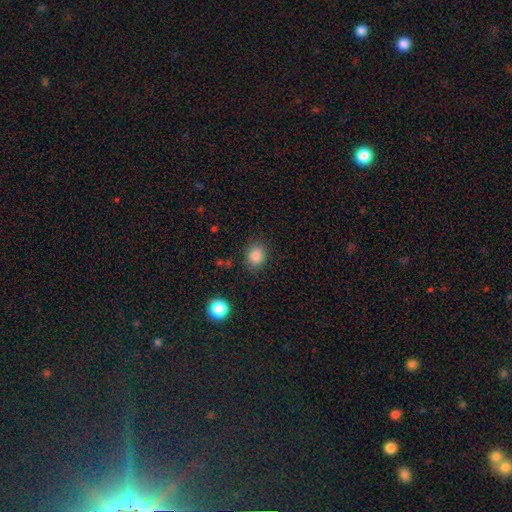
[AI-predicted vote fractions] smooth-or-featured: smooth: 85% | star or artifact: 10% | featured or disk: 5%
  how-rounded: round: 67% | in between: 32% | cigar-shaped: 1%
  merging: none: 85% | minor disturbance: 10% | major disturbance: 3% | merger: 2%